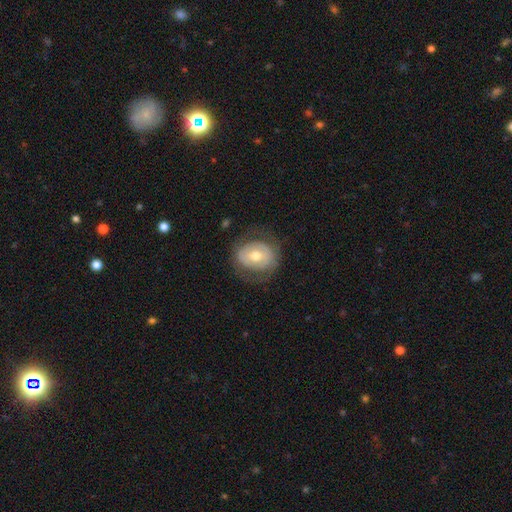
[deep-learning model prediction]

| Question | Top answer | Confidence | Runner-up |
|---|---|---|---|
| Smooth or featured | featured or disk | 50% | smooth (43%) |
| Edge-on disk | no | 95% | yes (5%) |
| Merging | none | 70% | minor disturbance (17%) |